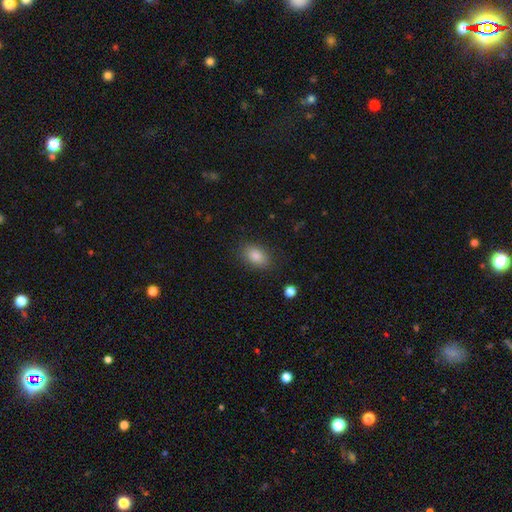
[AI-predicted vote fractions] Smooth or featured? smooth (83%)
How rounded? in between (83%)
Merging? none (86%)